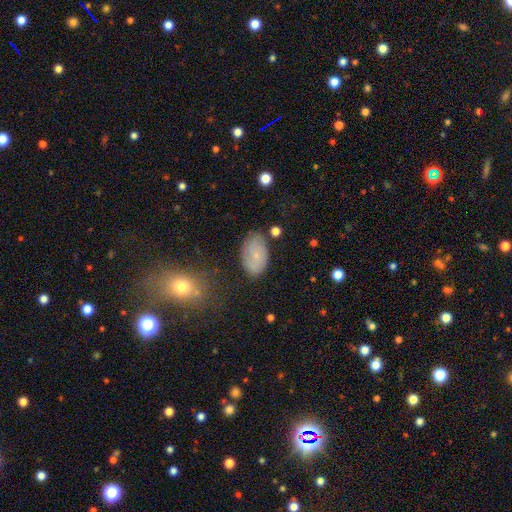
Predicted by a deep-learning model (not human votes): This appears to be a smooth galaxy with no disk features (63%) that is in between round and cigar-shaped (90%). Merging: none (72%).